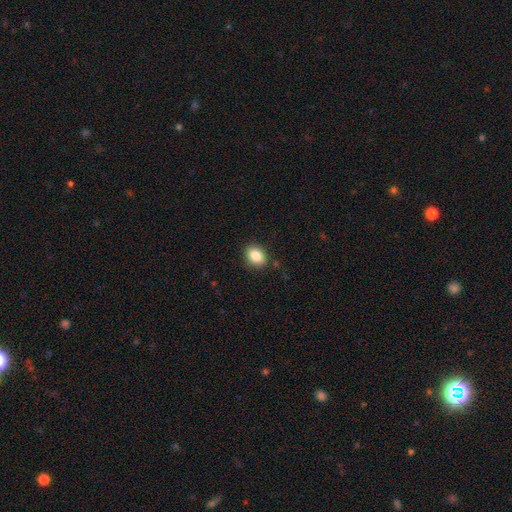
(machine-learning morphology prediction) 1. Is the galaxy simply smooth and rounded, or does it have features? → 86% smooth, 9% star or artifact, 5% featured or disk.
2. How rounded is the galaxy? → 65% in between, 34% round, 1% cigar-shaped.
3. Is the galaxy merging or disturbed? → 87% none, 9% minor disturbance, 2% major disturbance, 1% merger.